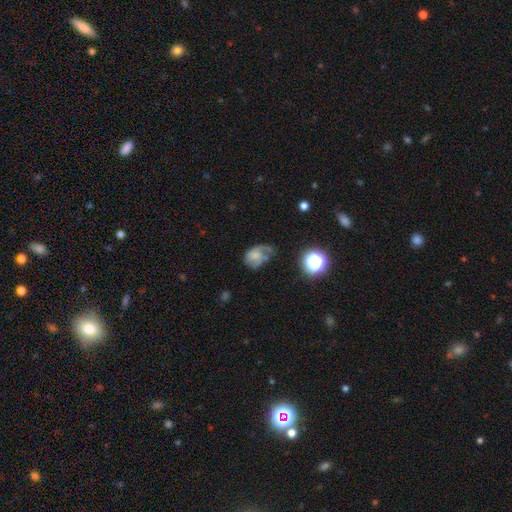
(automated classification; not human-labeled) This appears to be a smooth galaxy with no disk features (46%). Merging: major disturbance (39%).